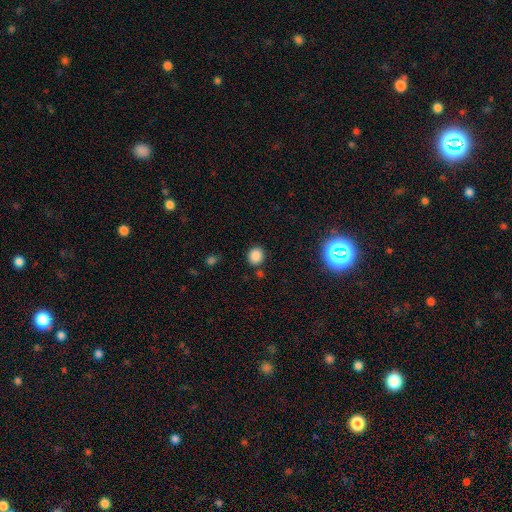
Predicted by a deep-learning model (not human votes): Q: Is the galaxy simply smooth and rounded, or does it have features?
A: smooth — 84%.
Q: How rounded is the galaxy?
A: round — 79%.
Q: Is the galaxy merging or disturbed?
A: none — 83%.